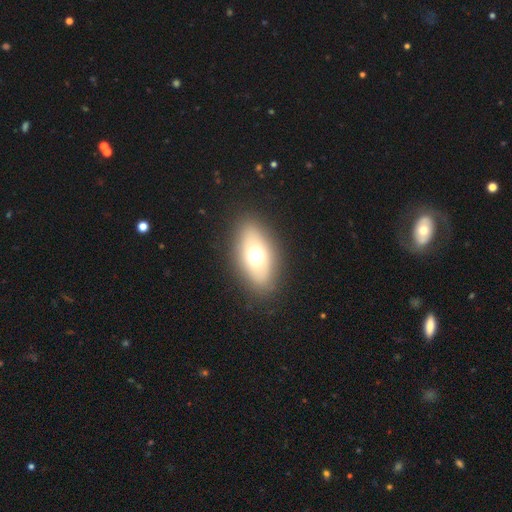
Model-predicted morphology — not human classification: This appears to be a smooth galaxy with no disk features (61%) that is in between round and cigar-shaped (82%). Merging: none (85%).